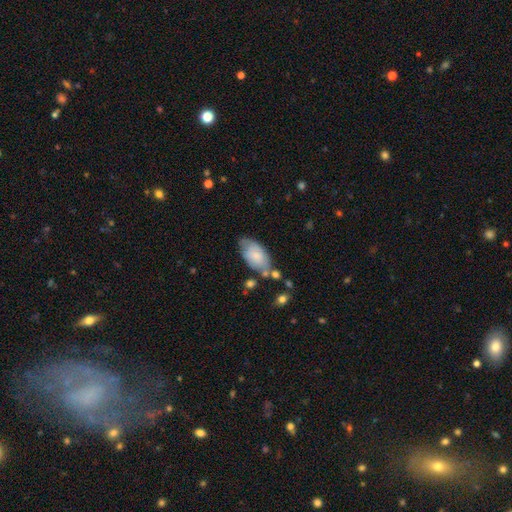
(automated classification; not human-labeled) smooth 75%, featured or disk 19%, star or artifact 6%. Down the decision tree: how rounded — in between (94%); merging — none (57%).